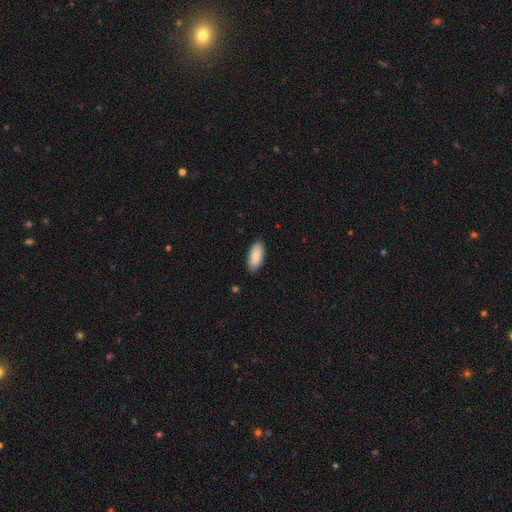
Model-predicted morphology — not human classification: smooth-or-featured: smooth: 86% | featured or disk: 8% | star or artifact: 6%
  how-rounded: in between: 90% | cigar-shaped: 8% | round: 2%
  merging: none: 88% | minor disturbance: 9% | major disturbance: 2% | merger: 1%